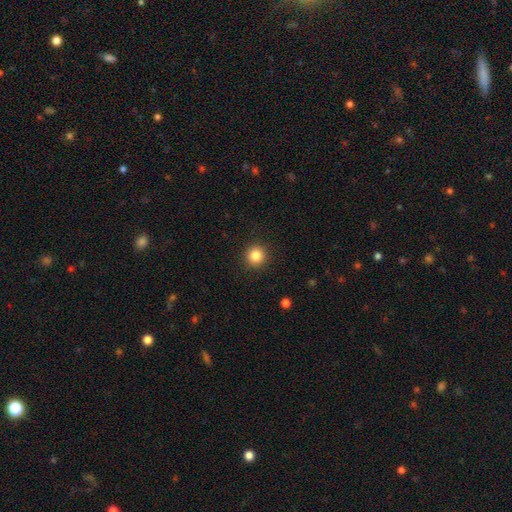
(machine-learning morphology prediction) The model was most divided on "smooth or featured": smooth: 84%, star or artifact: 11%, featured or disk: 5%. More confident: how rounded — round (94%); merging — none (92%).